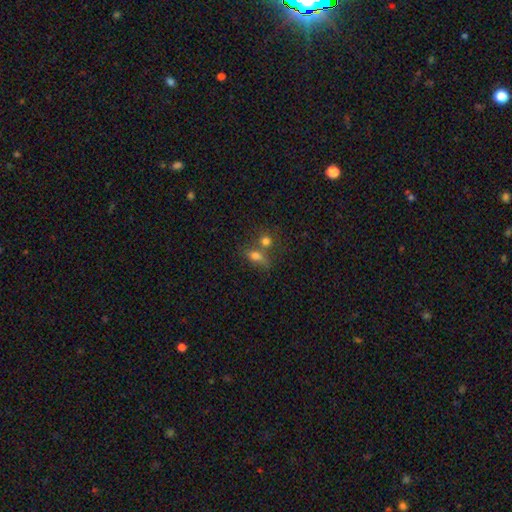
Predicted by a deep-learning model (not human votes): Overall: smooth (71%). How rounded: in between (62%; round 25%). Merging: merger (44%; none 38%).